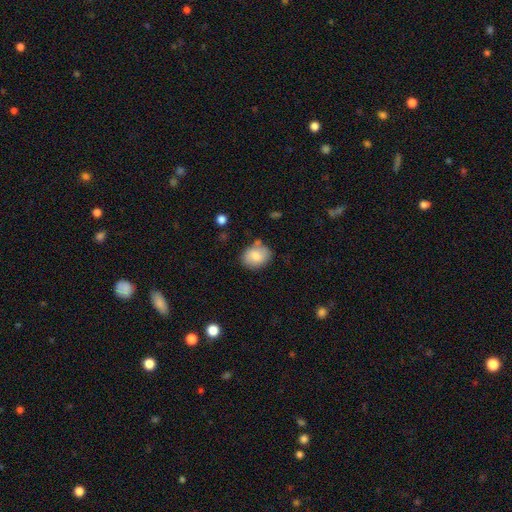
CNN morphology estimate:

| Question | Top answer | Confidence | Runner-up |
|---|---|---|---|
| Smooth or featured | smooth | 79% | featured or disk (13%) |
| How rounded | in between | 50% | round (49%) |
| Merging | none | 73% | minor disturbance (18%) |